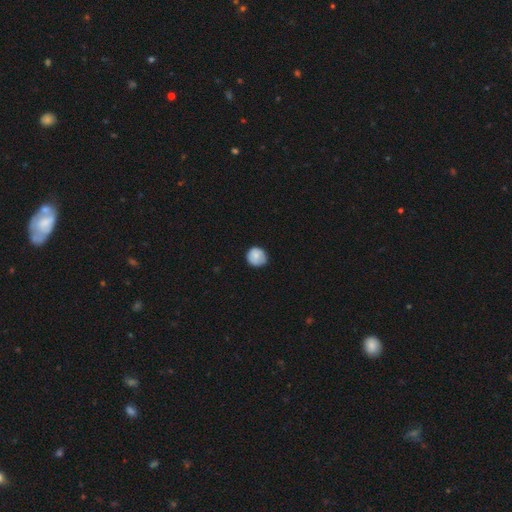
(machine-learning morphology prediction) Smooth or featured? smooth (80%)
How rounded? round (89%)
Merging? none (75%)